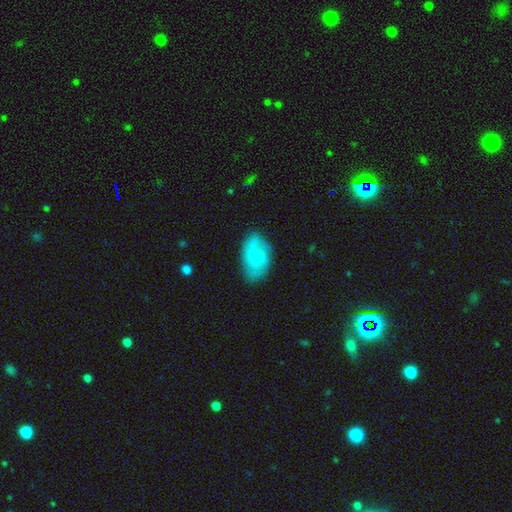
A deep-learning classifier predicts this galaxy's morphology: The model was most divided on "smooth or featured": featured or disk: 48%, smooth: 46%, star or artifact: 7%. More confident: merging — none (71%).